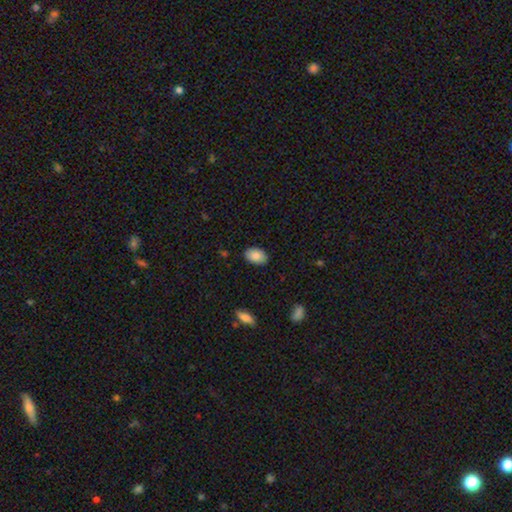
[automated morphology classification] This is clearly a smooth galaxy (87%). How rounded: clearly in between (88%). Merging: clearly none (86%).